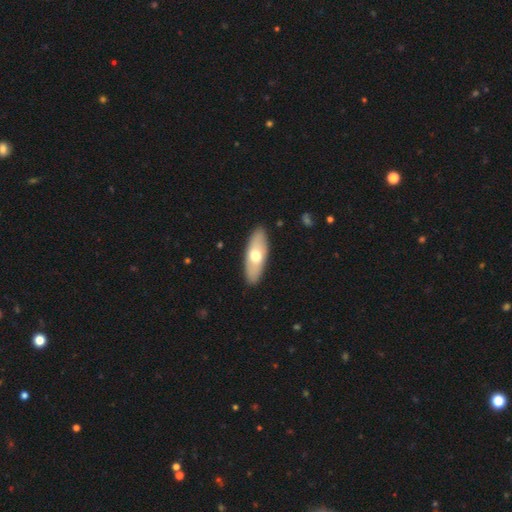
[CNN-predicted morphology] Smooth or featured? Predicted: smooth (p=0.60). How rounded? Predicted: in between (p=0.70). Merging? Predicted: none (p=0.89).